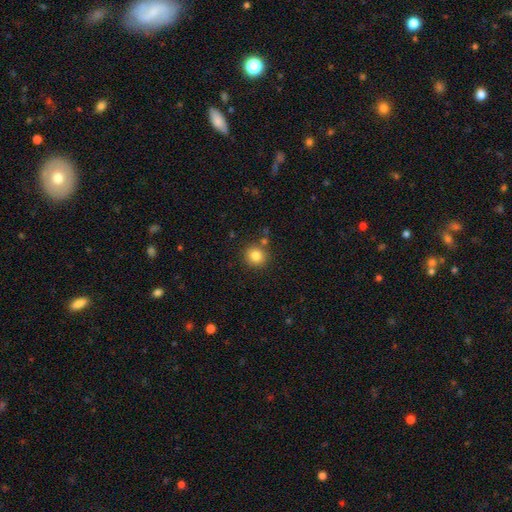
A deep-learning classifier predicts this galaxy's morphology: Smooth or featured? Predicted: smooth (p=0.83). How rounded? Predicted: round (p=0.88). Merging? Predicted: none (p=0.82).